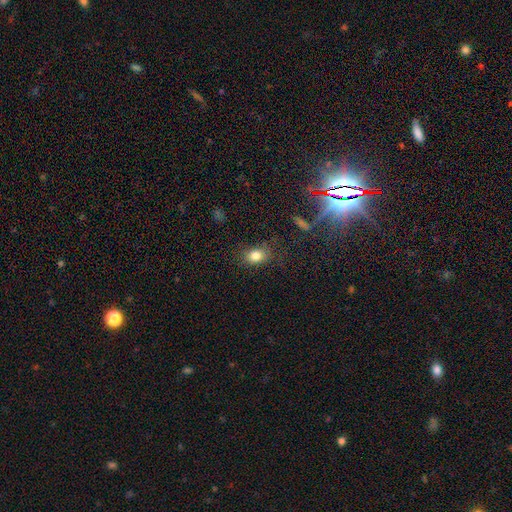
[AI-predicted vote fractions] Morphology: type=smooth (81%); roundness=in between (67%); merging=none (76%).